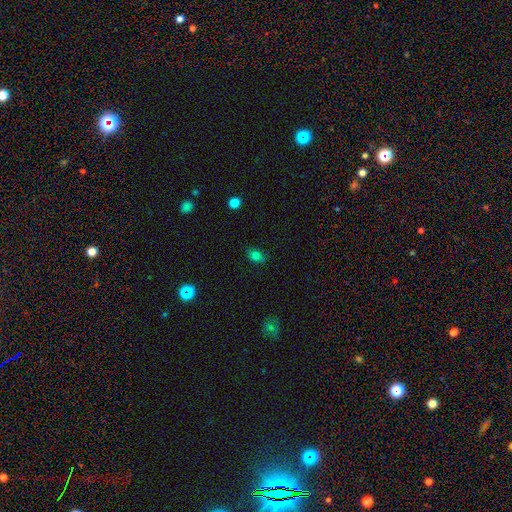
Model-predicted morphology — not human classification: A smooth galaxy with no disk features (76%) that is in between round and cigar-shaped (71%). Merging: none (80%).